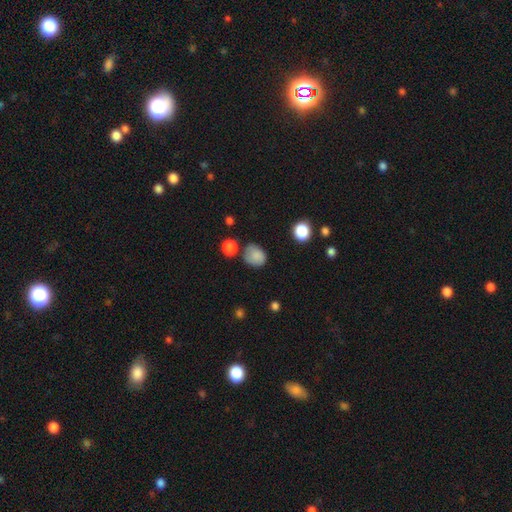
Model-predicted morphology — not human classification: type=smooth (83%); roundness=round (54%); merging=none (58%).